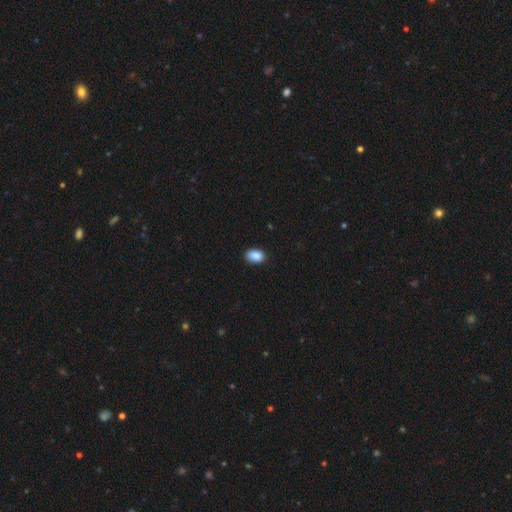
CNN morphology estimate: type=smooth (88%); roundness=in between (83%); merging=none (88%).